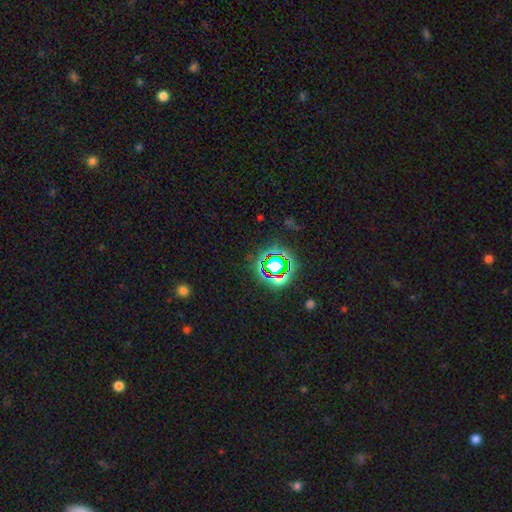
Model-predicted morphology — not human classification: smooth_or_featured: star or artifact (p=0.74) [alt: smooth p=0.17]